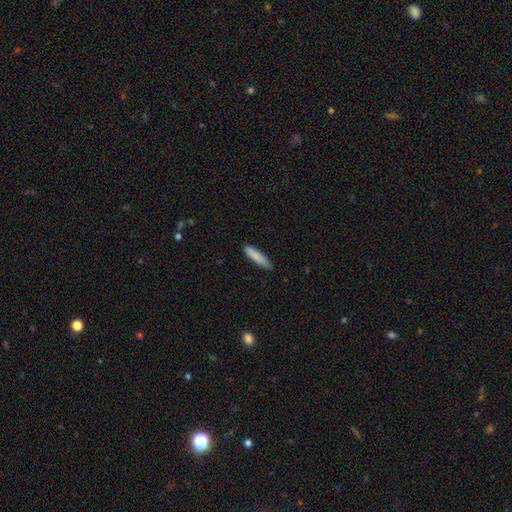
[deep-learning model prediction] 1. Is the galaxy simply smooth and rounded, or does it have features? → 85% smooth, 9% featured or disk, 6% star or artifact.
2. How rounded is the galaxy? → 75% cigar-shaped, 24% in between, 1% round.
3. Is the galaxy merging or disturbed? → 82% none, 15% minor disturbance, 2% major disturbance, 1% merger.